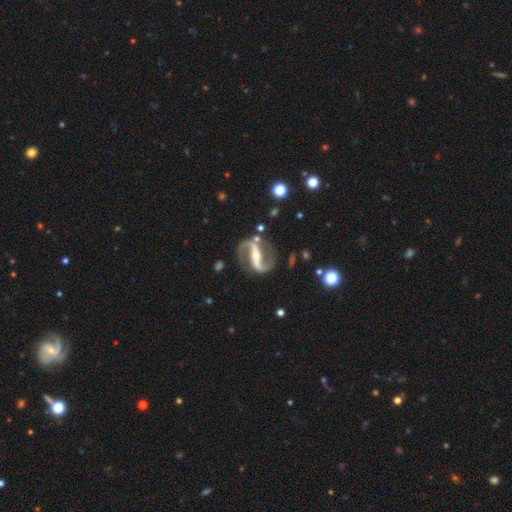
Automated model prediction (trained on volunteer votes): A featured or disk galaxy (93%) with a strong bar (72%), 2 (94%) medium (49%) spiral arms (97%) and a small central bulge (53%). Merging: none (82%).